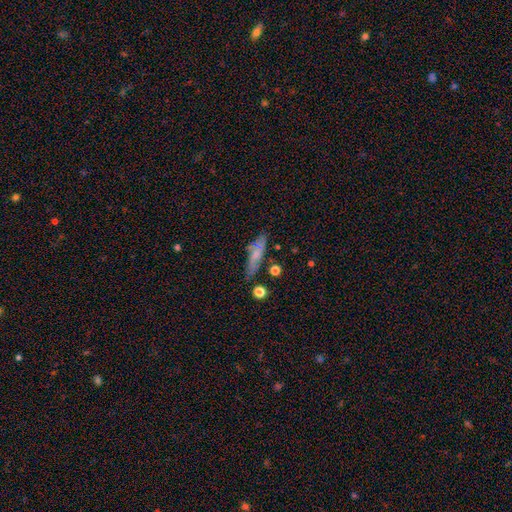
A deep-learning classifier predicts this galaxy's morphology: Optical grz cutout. It shows a smooth galaxy with no disk features (48%). Merging: none (69%).